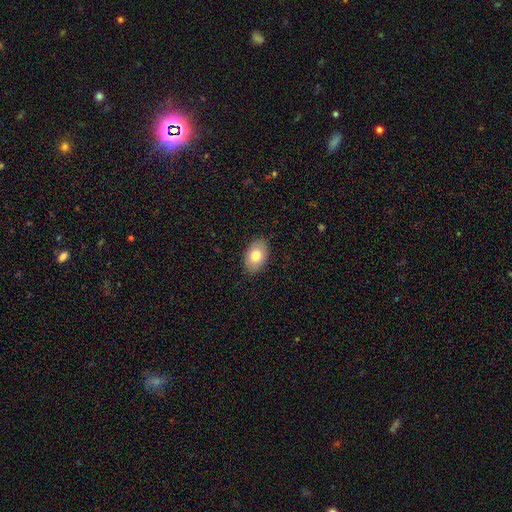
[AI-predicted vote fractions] The model was most divided on "smooth or featured": smooth: 77%, featured or disk: 16%, star or artifact: 7%. More confident: merging — none (88%); how rounded — in between (88%).